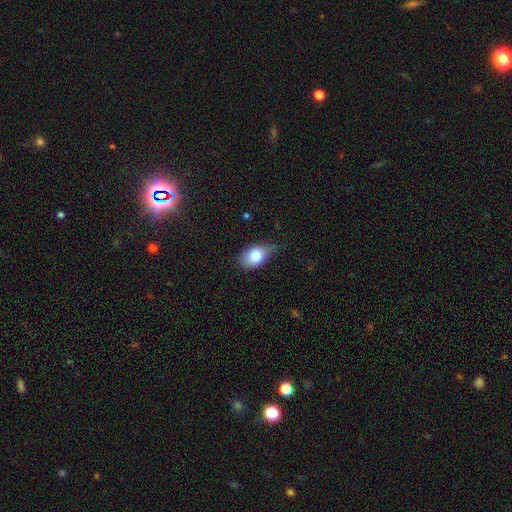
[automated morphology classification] Smooth or featured: smooth — 80% (featured or disk — 12%)
How rounded: in between — 85% (round — 13%)
Merging: minor disturbance — 45% (none — 40%)